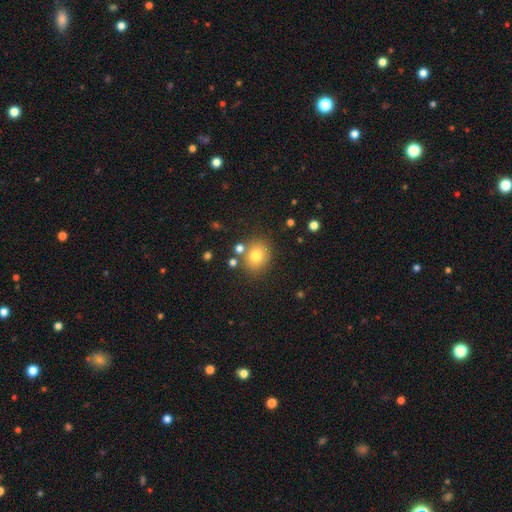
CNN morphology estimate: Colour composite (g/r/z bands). It shows a smooth galaxy with no disk features (78%) that is round (68%). Merging: none (77%).